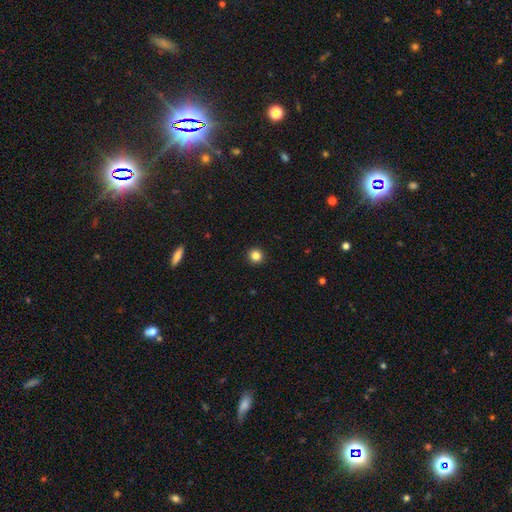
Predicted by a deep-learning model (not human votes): A smooth galaxy with no disk features (84%) that is round (94%).

Vote fractions:
- Smooth or featured? smooth: 84% / star or artifact: 12% / featured or disk: 4%
- How rounded? round: 94% / in between: 5% / cigar-shaped: 1%
- Merging? none: 93% / minor disturbance: 4% / major disturbance: 1% / merger: 1%